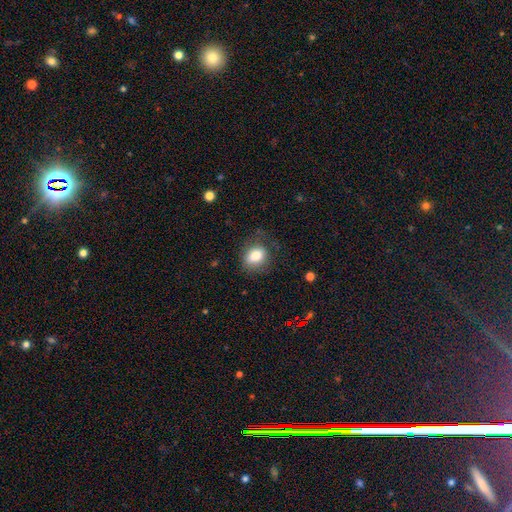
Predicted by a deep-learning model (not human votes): The model was most divided on "how rounded": in between: 54%, round: 45%, cigar-shaped: 1%. More confident: smooth or featured — smooth (81%); merging — none (69%).